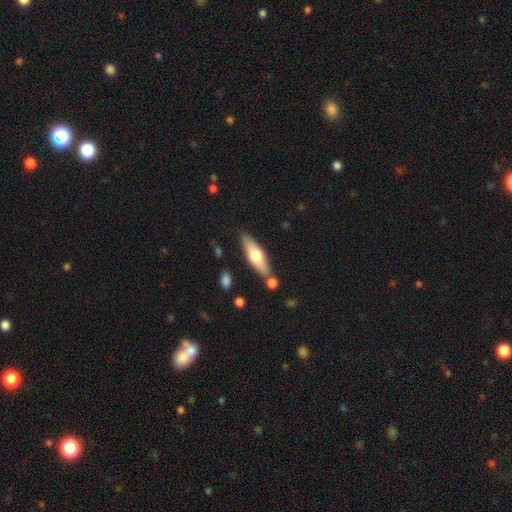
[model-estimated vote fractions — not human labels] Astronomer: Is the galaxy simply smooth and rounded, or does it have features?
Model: smooth — 57% (runner-up: featured or disk, 38%).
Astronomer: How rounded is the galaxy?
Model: cigar-shaped — 54% (runner-up: in between, 43%).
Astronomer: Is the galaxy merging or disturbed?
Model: none — 78%.